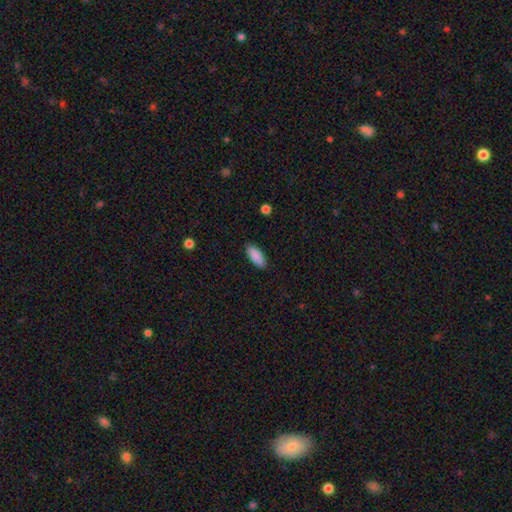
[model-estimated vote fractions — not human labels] Smooth or featured: smooth — 89% (star or artifact — 6%)
How rounded: in between — 80% (cigar-shaped — 18%)
Merging: none — 87% (minor disturbance — 10%)